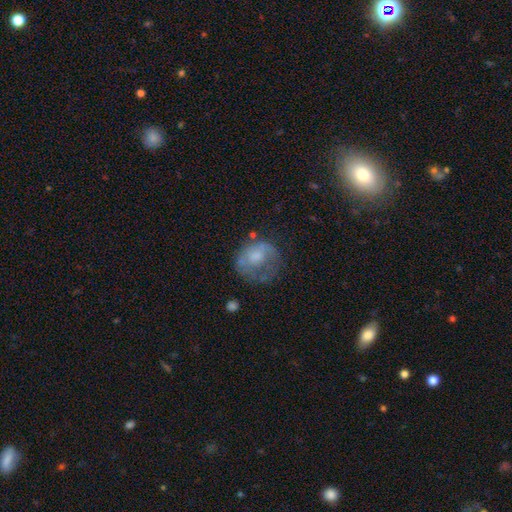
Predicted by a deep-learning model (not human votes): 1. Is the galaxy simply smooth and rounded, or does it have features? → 50% smooth, 41% featured or disk, 9% star or artifact.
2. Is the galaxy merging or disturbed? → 43% none, 29% major disturbance, 25% minor disturbance, 3% merger.